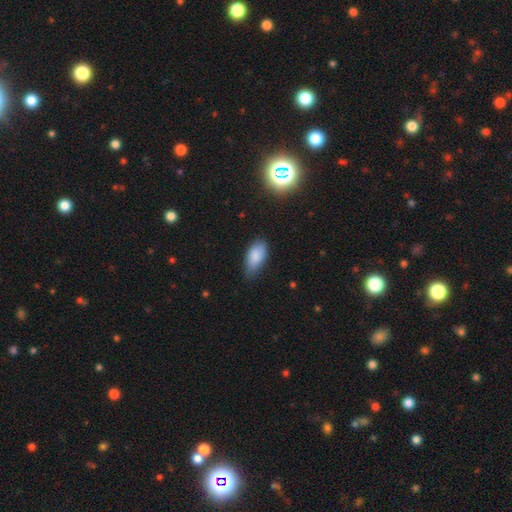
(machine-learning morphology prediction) A smooth galaxy with no disk features (84%) that is in between round and cigar-shaped (91%). Merging: none (57%).